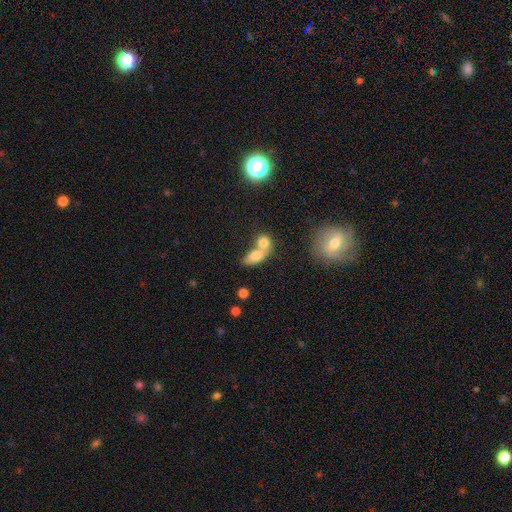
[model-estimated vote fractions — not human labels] Morphology: type=smooth (74%); roundness=in between (76%); merging=merger (67%).